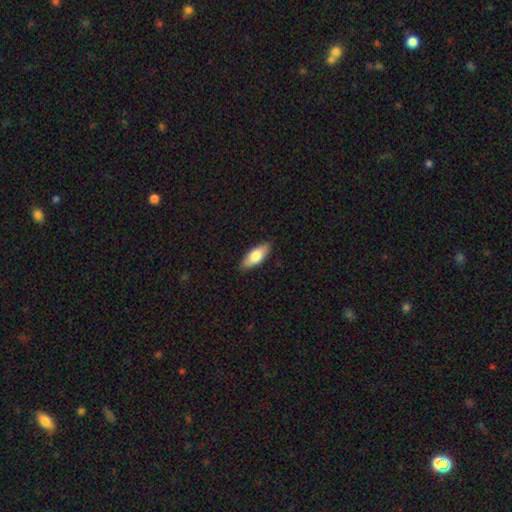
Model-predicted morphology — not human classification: Smooth or featured? smooth (76%)
How rounded? in between (80%)
Merging? none (88%)